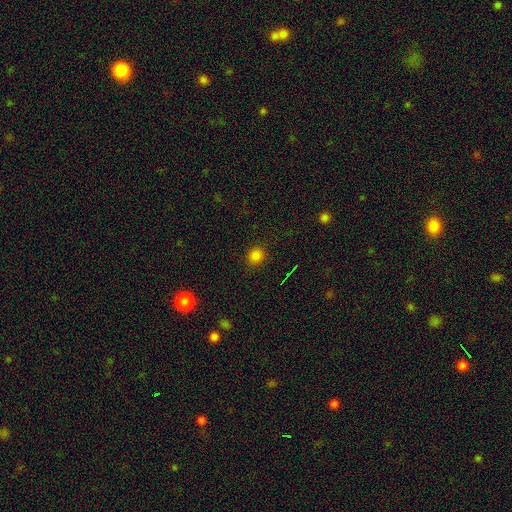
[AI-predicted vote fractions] smooth_or_featured: smooth (p=0.80) [alt: star or artifact p=0.16]
how_rounded: round (p=0.86) [alt: in between p=0.13]
merging: none (p=0.90) [alt: minor disturbance p=0.07]